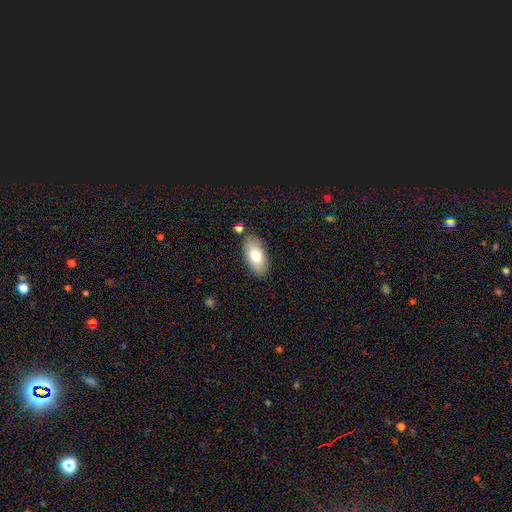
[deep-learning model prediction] A smooth galaxy with no disk features (74%) that is in between round and cigar-shaped (92%).

Vote fractions:
- Smooth or featured? smooth: 74% / featured or disk: 19% / star or artifact: 7%
- How rounded? in between: 92% / cigar-shaped: 5% / round: 3%
- Merging? none: 84% / minor disturbance: 10% / merger: 4% / major disturbance: 2%